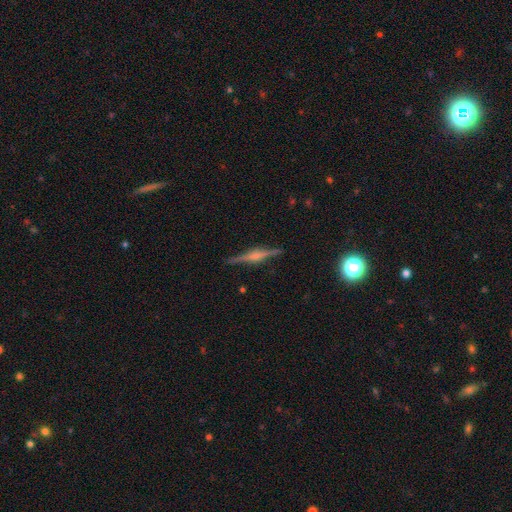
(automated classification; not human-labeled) smooth_or_featured: featured or disk (p=0.82) [alt: smooth p=0.11]
disk_edge_on: yes (p=0.98) [alt: no p=0.02]
edge_on_bulge: rounded (p=0.74) [alt: boxy p=0.21]
merging: none (p=0.90) [alt: minor disturbance p=0.07]